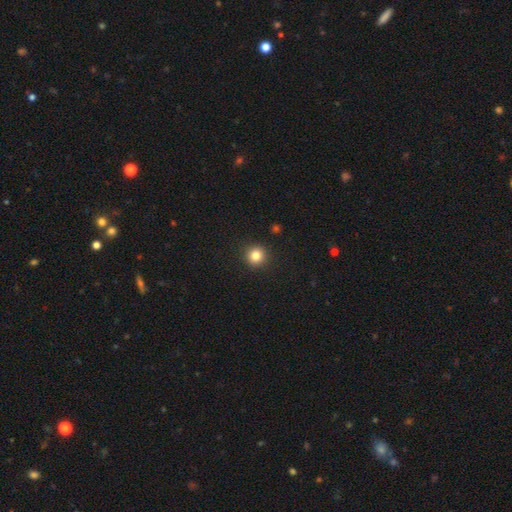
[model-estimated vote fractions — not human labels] This is clearly a smooth galaxy (83%). How rounded: clearly round (94%). Merging: clearly none (92%).